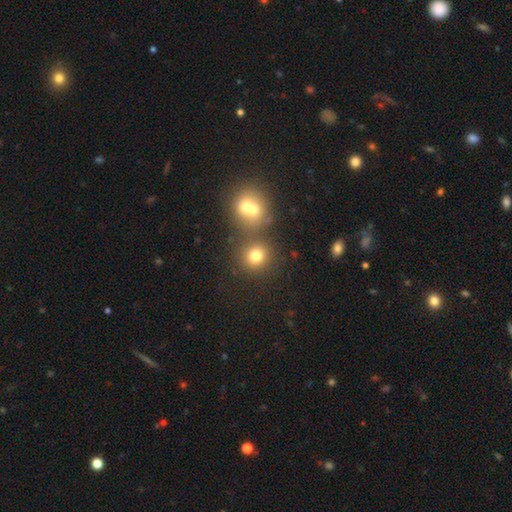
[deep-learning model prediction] smooth_or_featured: smooth (p=0.75) [alt: star or artifact p=0.16]
how_rounded: round (p=0.88) [alt: in between p=0.11]
merging: none (p=0.68) [alt: merger p=0.21]